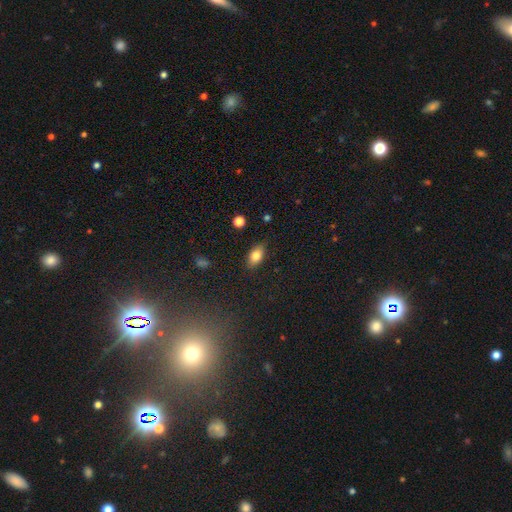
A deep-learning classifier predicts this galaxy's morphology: The model was most divided on "smooth or featured": smooth: 79%, featured or disk: 12%, star or artifact: 8%. More confident: how rounded — in between (87%); merging — none (84%).